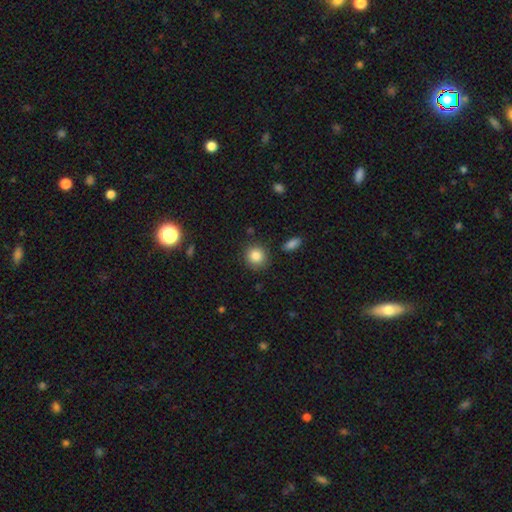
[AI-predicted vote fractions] Morphology: type=smooth (85%); roundness=round (89%); merging=none (86%).